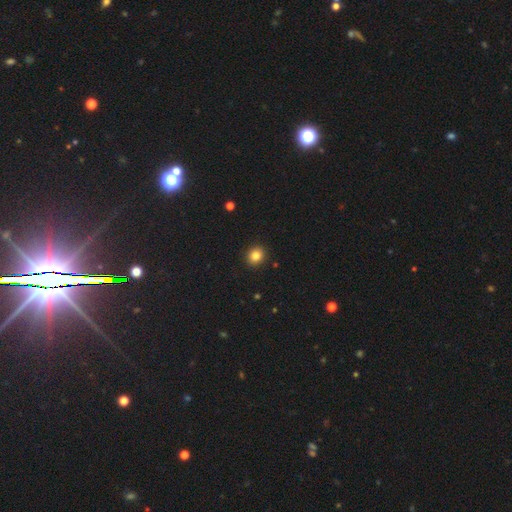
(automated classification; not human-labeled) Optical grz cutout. It shows a smooth galaxy with no disk features (83%) that is round (82%). Merging: none (92%).